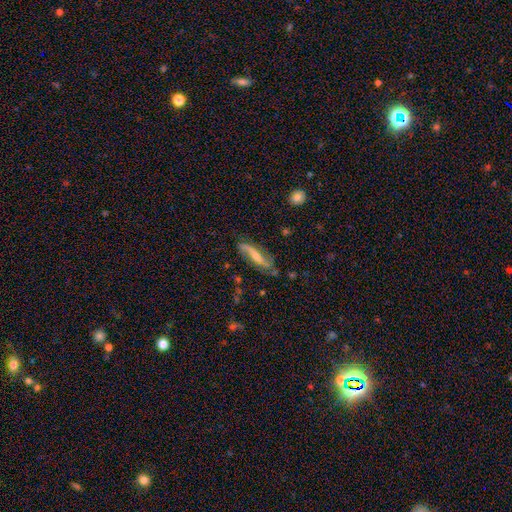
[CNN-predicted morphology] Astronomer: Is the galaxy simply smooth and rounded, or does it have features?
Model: featured or disk — 56% (runner-up: smooth, 36%).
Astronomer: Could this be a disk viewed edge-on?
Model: no — 72%.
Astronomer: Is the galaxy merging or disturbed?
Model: none — 58%.